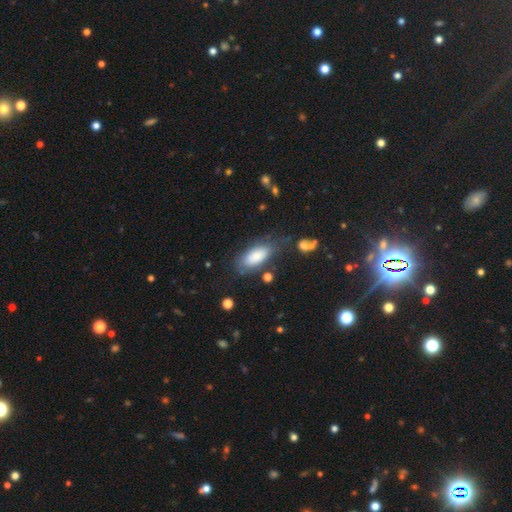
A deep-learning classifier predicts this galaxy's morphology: Smooth or featured: smooth — 74% (featured or disk — 19%)
How rounded: in between — 86% (cigar-shaped — 11%)
Merging: none — 60% (minor disturbance — 24%)